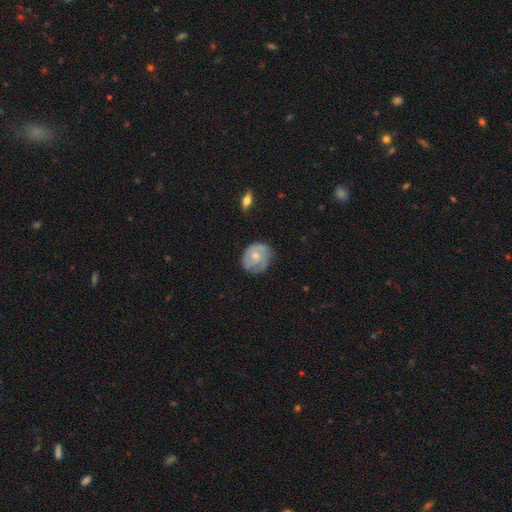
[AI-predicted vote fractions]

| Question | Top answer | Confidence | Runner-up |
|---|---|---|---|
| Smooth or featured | featured or disk | 51% | smooth (43%) |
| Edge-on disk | no | 97% | yes (3%) |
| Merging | none | 65% | minor disturbance (26%) |